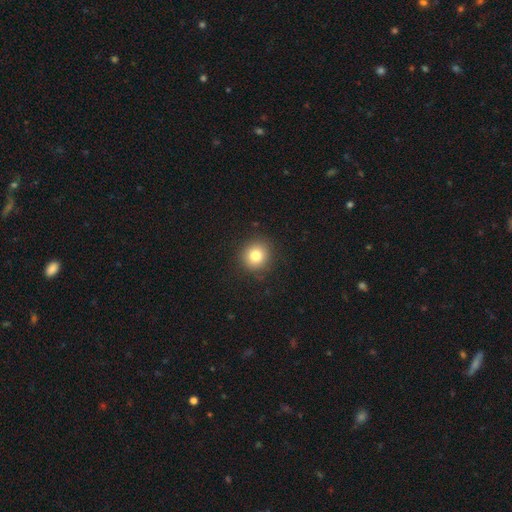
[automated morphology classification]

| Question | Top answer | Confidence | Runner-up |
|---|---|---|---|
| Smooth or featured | smooth | 80% | star or artifact (11%) |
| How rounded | round | 90% | in between (9%) |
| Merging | none | 89% | minor disturbance (7%) |